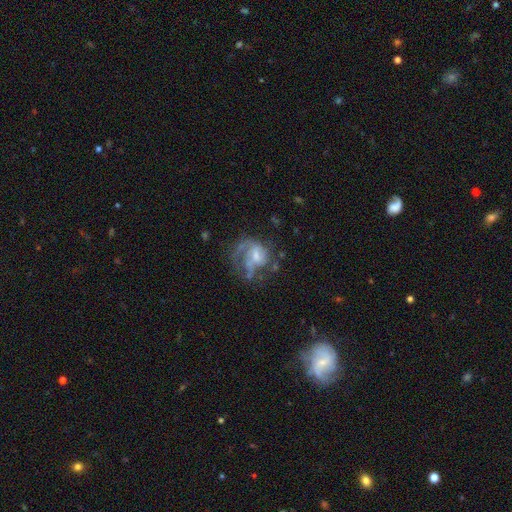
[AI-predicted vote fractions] smooth_or_featured: featured or disk (p=0.71) [alt: smooth p=0.20]
disk_edge_on: no (p=0.98) [alt: yes p=0.02]
bar: no (p=0.52) [alt: weak p=0.39]
has_spiral_arms: yes (p=0.70) [alt: no p=0.30]
bulge_size: small (p=0.40) [alt: moderate p=0.39]
merging: major disturbance (p=0.41) [alt: none p=0.34]